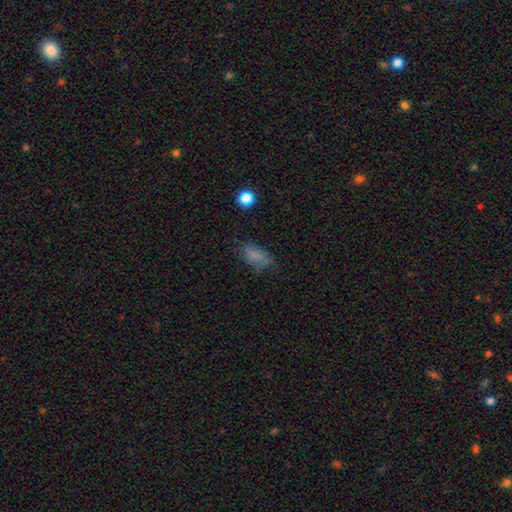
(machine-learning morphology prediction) This is likely a smooth galaxy (77%). How rounded: clearly in between (82%). Merging: likely none (61%).